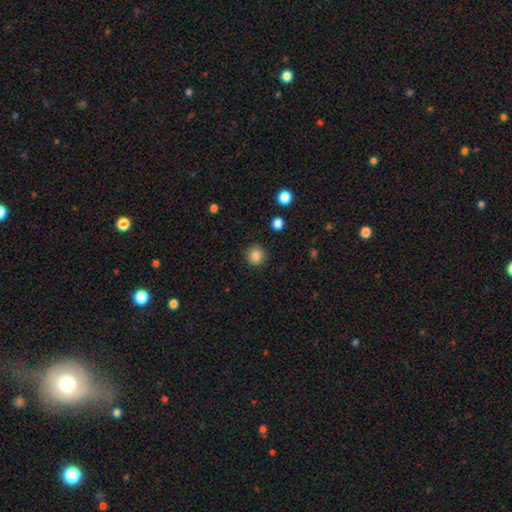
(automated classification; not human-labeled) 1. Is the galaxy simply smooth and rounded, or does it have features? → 86% smooth, 10% star or artifact, 4% featured or disk.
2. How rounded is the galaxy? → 94% round, 5% in between, 1% cigar-shaped.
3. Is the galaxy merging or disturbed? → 91% none, 6% minor disturbance, 2% major disturbance, 1% merger.